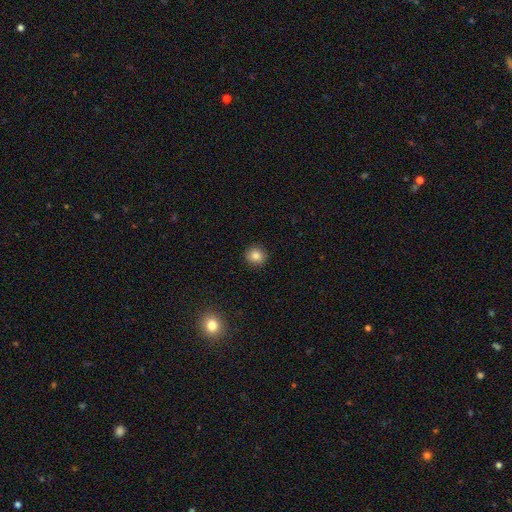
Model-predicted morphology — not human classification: This is clearly a smooth galaxy (84%). How rounded: clearly round (90%). Merging: clearly none (92%).